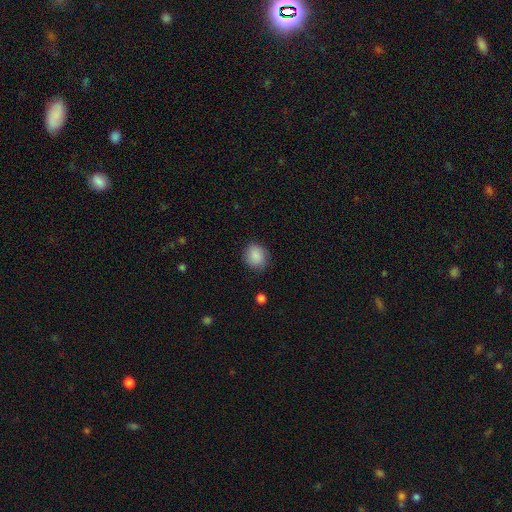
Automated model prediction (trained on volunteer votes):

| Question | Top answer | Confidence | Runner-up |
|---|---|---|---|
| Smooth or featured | smooth | 88% | star or artifact (8%) |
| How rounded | round | 77% | in between (22%) |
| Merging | none | 84% | minor disturbance (12%) |